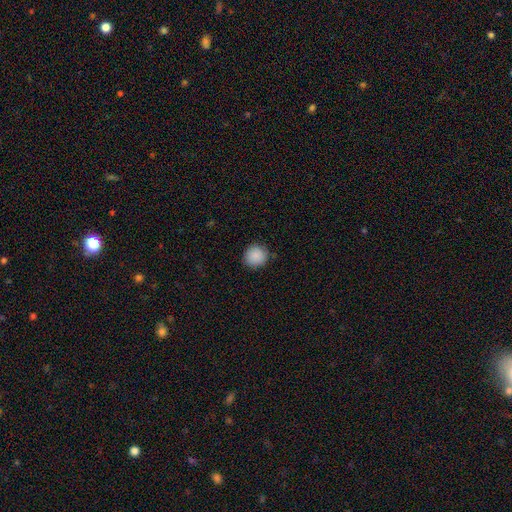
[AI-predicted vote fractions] Morphology: type=smooth (88%); roundness=round (90%); merging=none (85%).